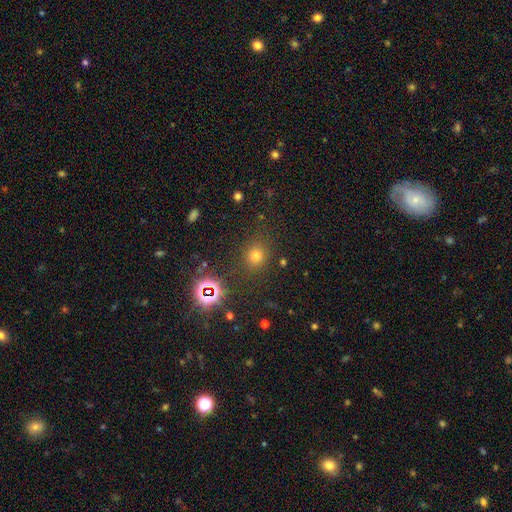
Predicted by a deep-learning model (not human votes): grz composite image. It shows a smooth galaxy with no disk features (65%) that is round (81%). Merging: none (83%).